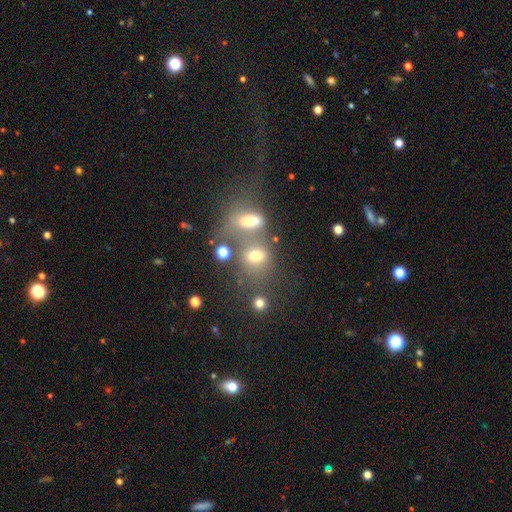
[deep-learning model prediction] The model was most divided on "merging": merger: 40%, none: 37%, minor disturbance: 12%, major disturbance: 12%. More confident: smooth or featured — smooth (66%); how rounded — in between (54%).